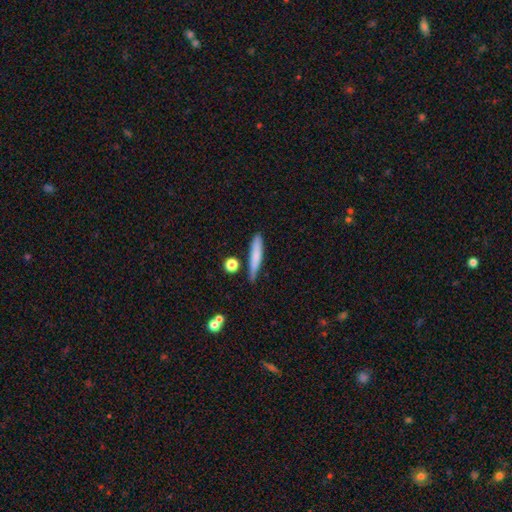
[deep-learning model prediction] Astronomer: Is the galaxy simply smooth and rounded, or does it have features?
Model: smooth — 72%.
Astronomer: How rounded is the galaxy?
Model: cigar-shaped — 89%.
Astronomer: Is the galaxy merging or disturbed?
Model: none — 74%.